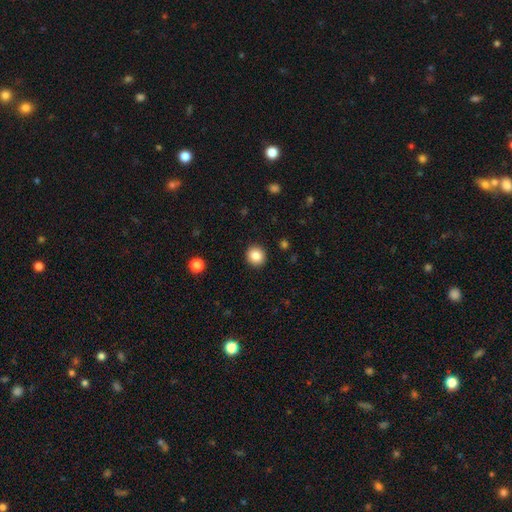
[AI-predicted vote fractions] Morphology: type=smooth (86%); roundness=round (93%); merging=none (92%).